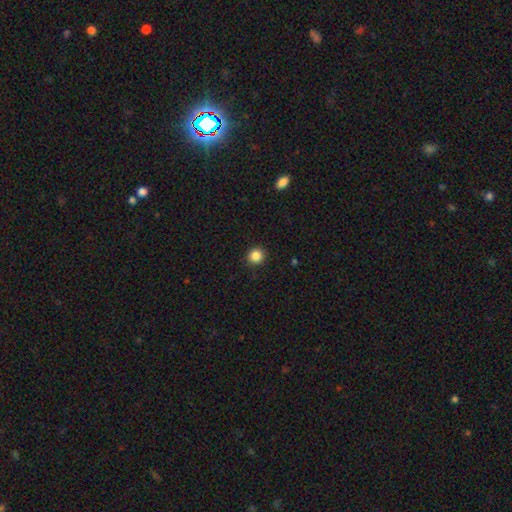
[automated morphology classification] Overall: smooth (86%). How rounded: round (92%). Merging: none (92%).